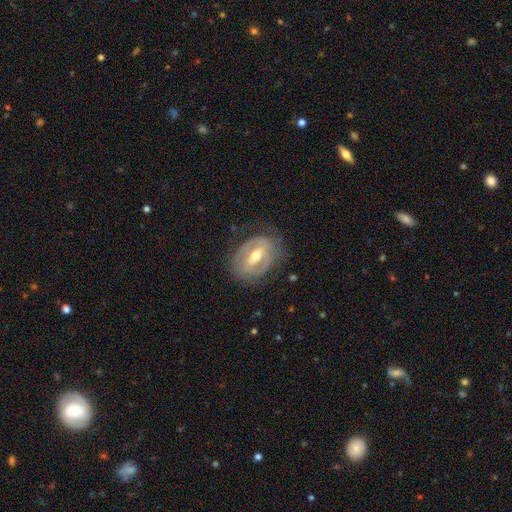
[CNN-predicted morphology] smooth-or-featured: featured or disk: 74% | smooth: 20% | star or artifact: 6%
  disk-edge-on: no: 92% | yes: 8%
    bar: strong: 50% | weak: 35% | no: 15%
    has-spiral-arms: yes: 54% | no: 46%
    bulge-size: moderate: 71% | small: 20% | large: 7% | none: 1% | dominant: 1%
  merging: none: 72% | minor disturbance: 18% | major disturbance: 9% | merger: 1%